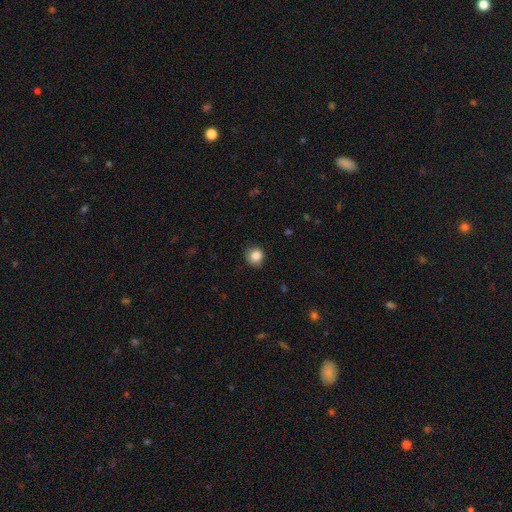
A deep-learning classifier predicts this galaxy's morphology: Q: Smooth or featured?
A: smooth (86%); runner-up: star or artifact (10%)
Q: How rounded?
A: round (89%); runner-up: in between (10%)
Q: Merging?
A: none (81%); runner-up: minor disturbance (15%)